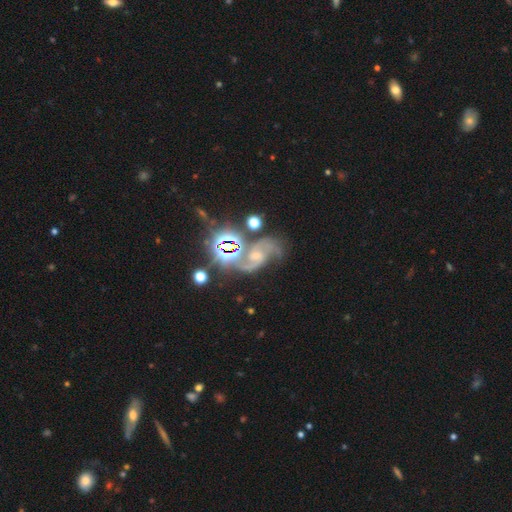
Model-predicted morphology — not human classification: featured or disk 72%, star or artifact 19%, smooth 9%. Down the decision tree: edge-on disk — no (97%); bar — no (45%); spiral arms — yes (96%); spiral arm count — 2 (89%); spiral winding — loose (46%); bulge size — small (42%); merging — none (48%).